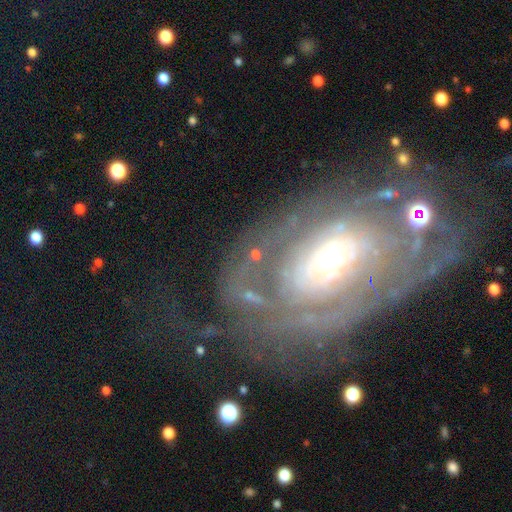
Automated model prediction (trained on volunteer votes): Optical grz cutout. It shows a featured or disk galaxy (75%) with no bar (60%), tight (58%) spiral arms (76%) and a moderate central bulge (52%). Merging: none (51%).